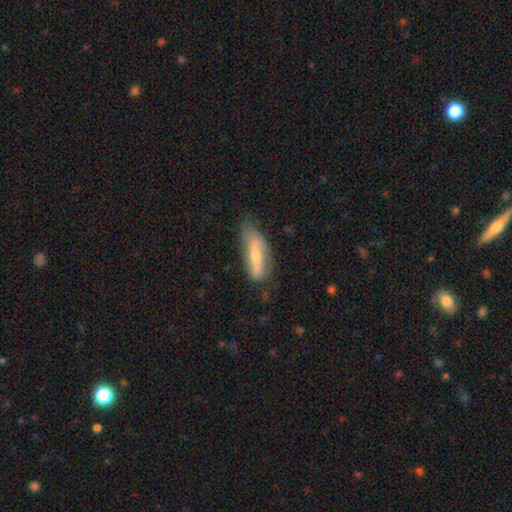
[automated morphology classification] The model was most divided on "smooth or featured": smooth: 50%, featured or disk: 44%, star or artifact: 7%. More confident: merging — none (56%).